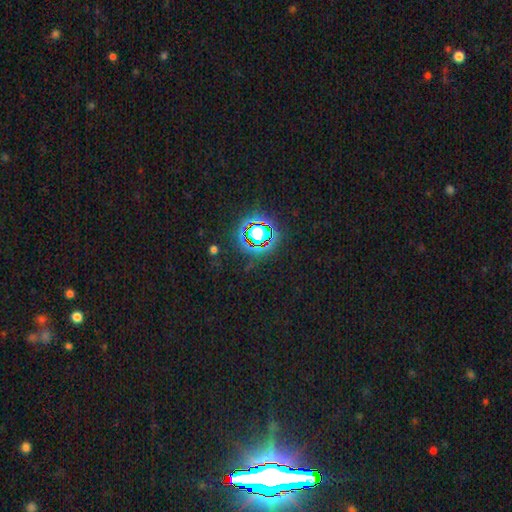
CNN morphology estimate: Smooth or featured?
  - star or artifact: 83% *
  - smooth: 10%
  - featured or disk: 7%